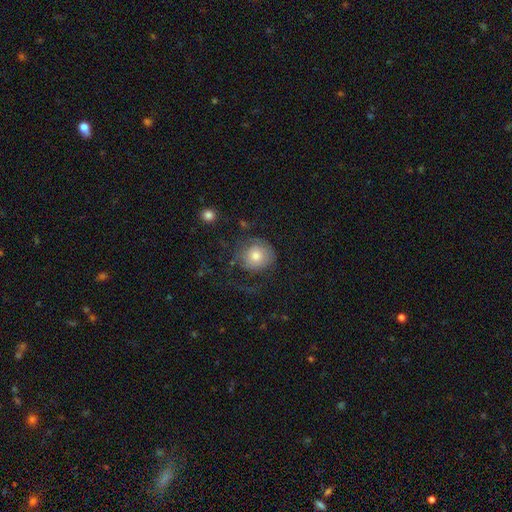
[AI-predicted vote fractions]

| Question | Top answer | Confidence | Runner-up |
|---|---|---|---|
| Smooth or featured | smooth | 62% | featured or disk (30%) |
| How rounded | round | 87% | in between (12%) |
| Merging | none | 48% | major disturbance (31%) |